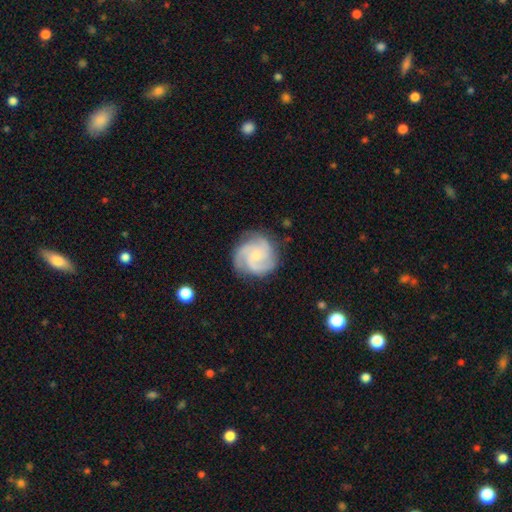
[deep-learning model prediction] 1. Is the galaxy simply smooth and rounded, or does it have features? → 86% featured or disk, 9% smooth, 5% star or artifact.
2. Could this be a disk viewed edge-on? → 98% no, 2% yes.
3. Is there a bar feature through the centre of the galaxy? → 70% no, 26% weak, 4% strong.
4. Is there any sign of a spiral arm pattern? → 98% yes, 2% no.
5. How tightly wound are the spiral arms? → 49% tight, 44% medium, 7% loose.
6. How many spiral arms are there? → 70% 3, 9% 4, 9% 2, 6% can't tell, 3% 1, 3% more than 4.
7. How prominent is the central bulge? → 65% small, 25% moderate, 8% none, 2% large, 1% dominant.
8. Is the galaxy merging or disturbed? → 79% none, 15% minor disturbance, 5% major disturbance, 1% merger.